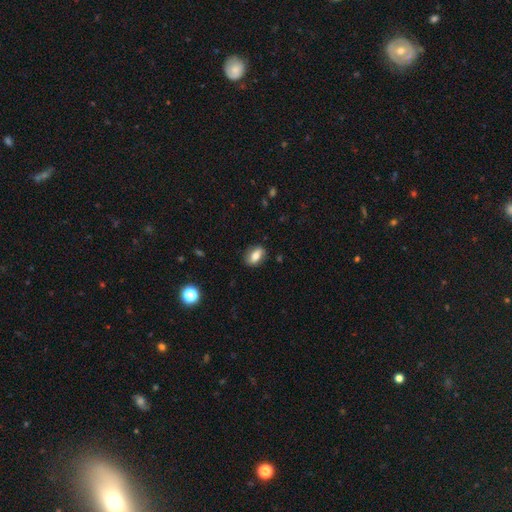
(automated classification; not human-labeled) smooth_or_featured: smooth (p=0.70) [alt: featured or disk p=0.22]
how_rounded: in between (p=0.82) [alt: round p=0.13]
merging: none (p=0.83) [alt: minor disturbance p=0.13]